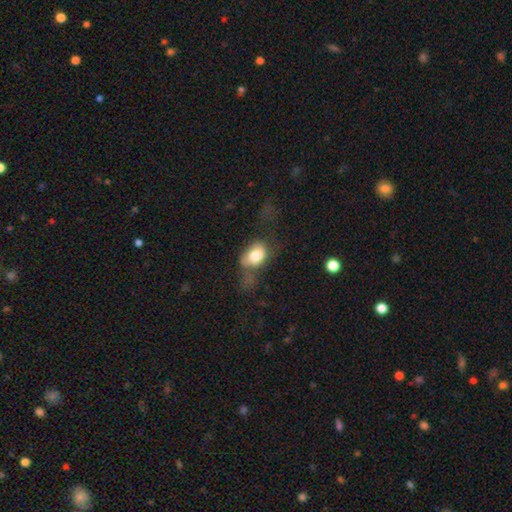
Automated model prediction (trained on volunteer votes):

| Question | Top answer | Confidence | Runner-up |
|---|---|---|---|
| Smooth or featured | smooth | 75% | featured or disk (16%) |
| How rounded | in between | 73% | round (26%) |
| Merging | major disturbance | 35% | none (30%) |